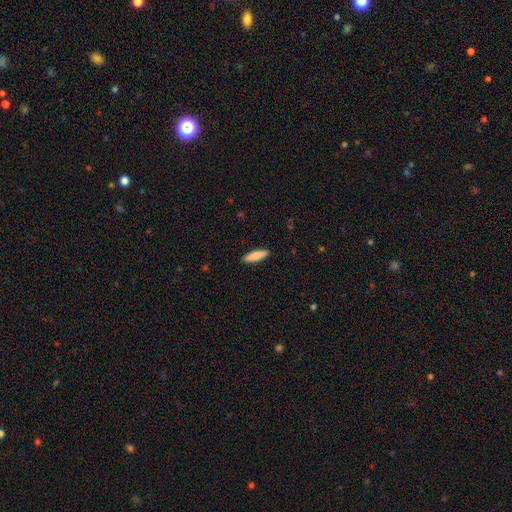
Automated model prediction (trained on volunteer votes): This appears to be a smooth galaxy with no disk features (84%) that is cigar-shaped (71%). Merging: none (90%).